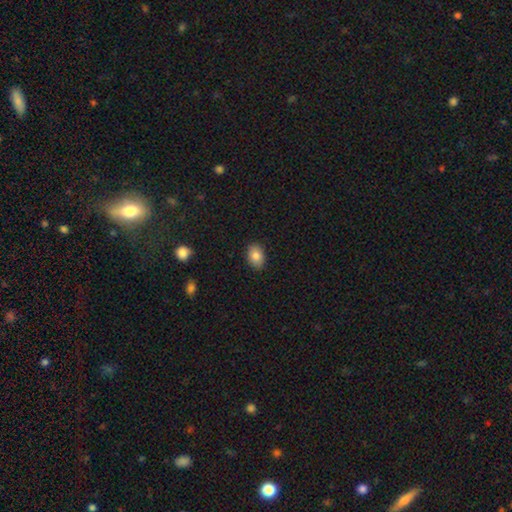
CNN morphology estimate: This appears to be a smooth galaxy with no disk features (84%) that is in between round and cigar-shaped (80%). Merging: none (88%).